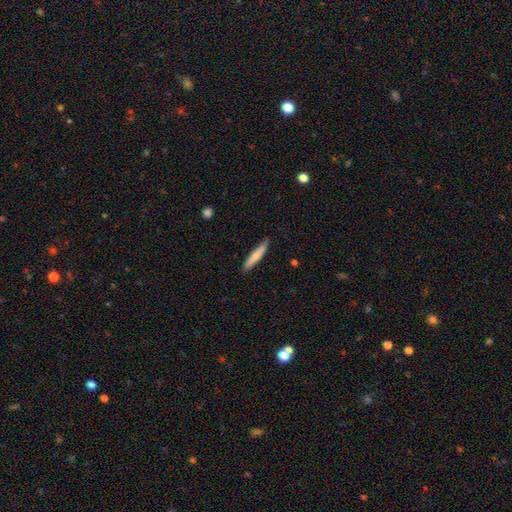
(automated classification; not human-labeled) Smooth or featured: smooth — 72% (featured or disk — 23%)
How rounded: cigar-shaped — 92% (in between — 7%)
Merging: none — 86% (minor disturbance — 11%)